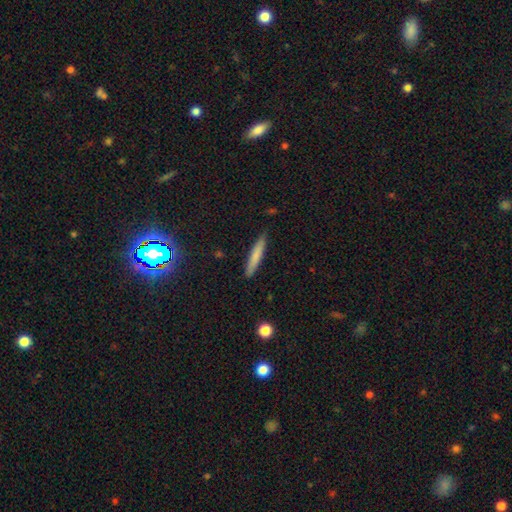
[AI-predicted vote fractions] smooth 74%, featured or disk 19%, star or artifact 7%. Down the decision tree: how rounded — cigar-shaped (93%); merging — none (87%).